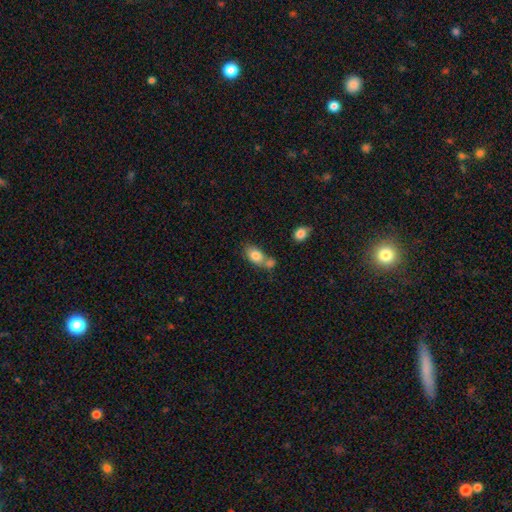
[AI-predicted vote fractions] Smooth or featured? smooth (81%)
How rounded? in between (82%)
Merging? merger (42%)